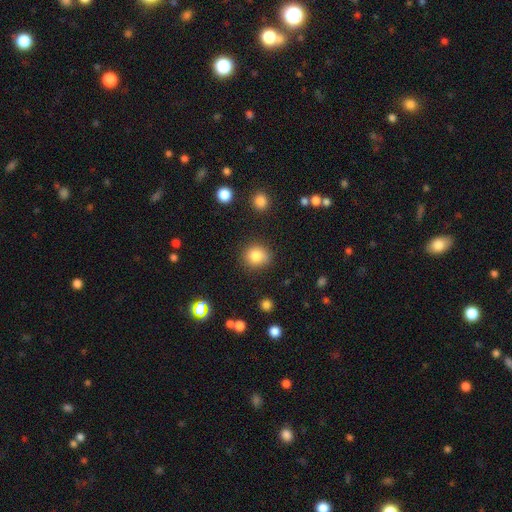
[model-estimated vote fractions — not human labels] Smooth or featured: smooth — 82% (star or artifact — 11%)
How rounded: round — 82% (in between — 17%)
Merging: none — 84% (minor disturbance — 11%)